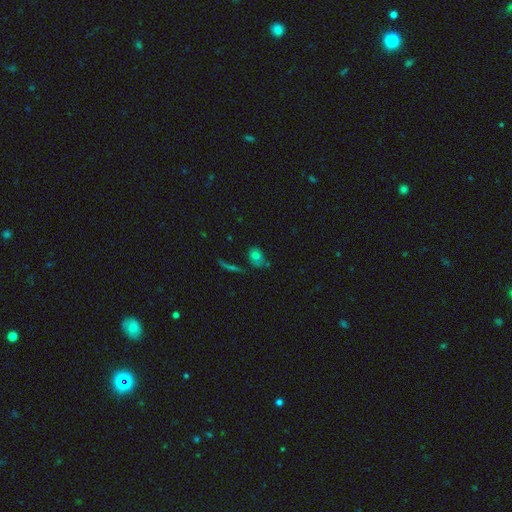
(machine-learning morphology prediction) smooth 67%, featured or disk 17%, star or artifact 16%. Down the decision tree: how rounded — in between (63%); merging — none (56%).